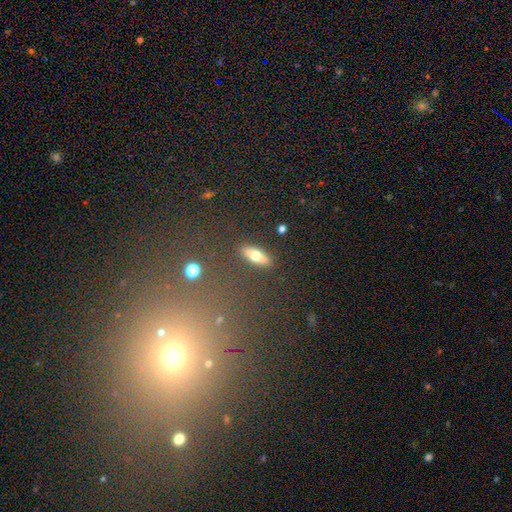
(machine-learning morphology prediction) This is likely a smooth galaxy (64%). How rounded: possibly in between (56%). Merging: clearly none (87%).